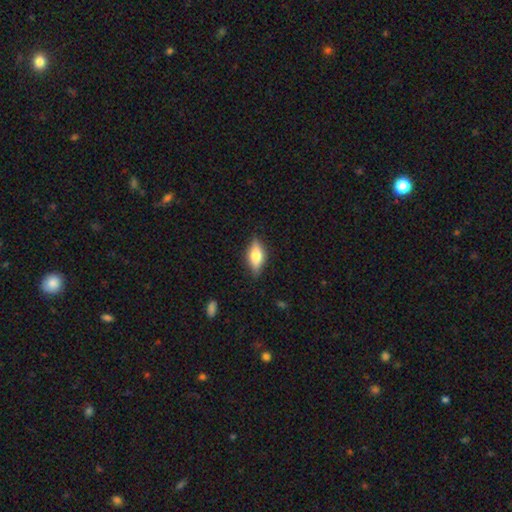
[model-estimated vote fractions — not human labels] A smooth galaxy with no disk features (53%) that is in between round and cigar-shaped (74%).

Vote fractions:
- Smooth or featured? smooth: 53% / featured or disk: 39% / star or artifact: 8%
- How rounded? in between: 74% / cigar-shaped: 21% / round: 4%
- Merging? none: 83% / minor disturbance: 13% / major disturbance: 3% / merger: 1%